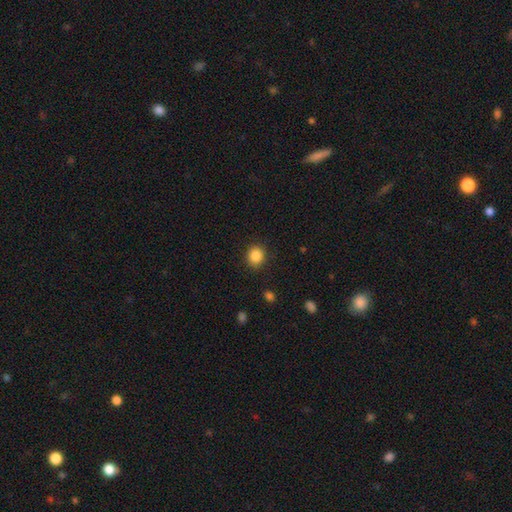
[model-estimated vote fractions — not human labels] Smooth or featured? Predicted: smooth (p=0.87). How rounded? Predicted: round (p=0.82). Merging? Predicted: none (p=0.89).